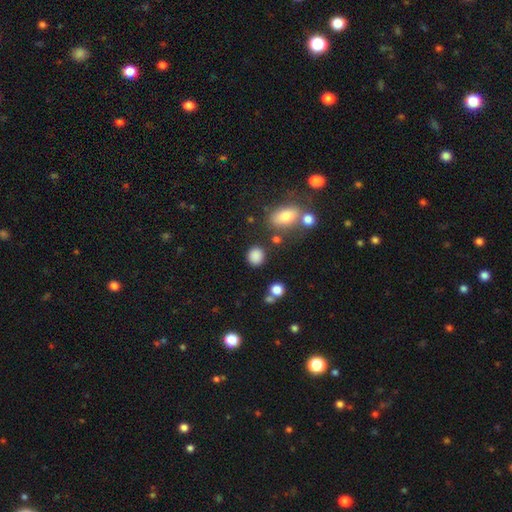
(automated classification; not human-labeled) smooth_or_featured: smooth (p=0.84) [alt: star or artifact p=0.11]
how_rounded: round (p=0.78) [alt: in between p=0.20]
merging: none (p=0.80) [alt: minor disturbance p=0.10]